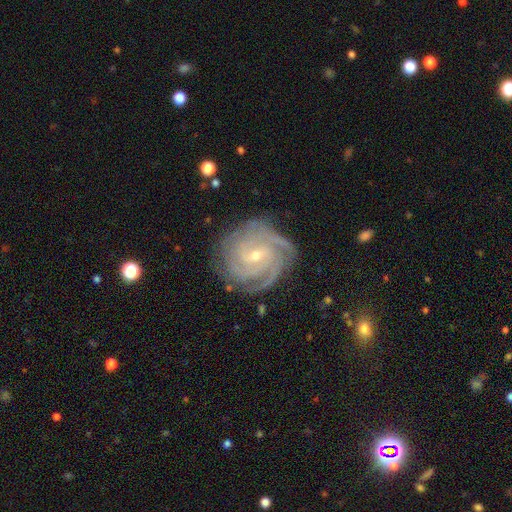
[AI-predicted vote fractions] Smooth or featured? Predicted: featured or disk (p=0.90). Edge-on disk? Predicted: no (p=0.98). Bar? Predicted: weak (p=0.44). Spiral arms? Predicted: yes (p=0.98). Spiral winding? Predicted: tight (p=0.76). Spiral arm count? Predicted: 4 (p=0.37). Bulge size? Predicted: small (p=0.68). Merging? Predicted: none (p=0.79).